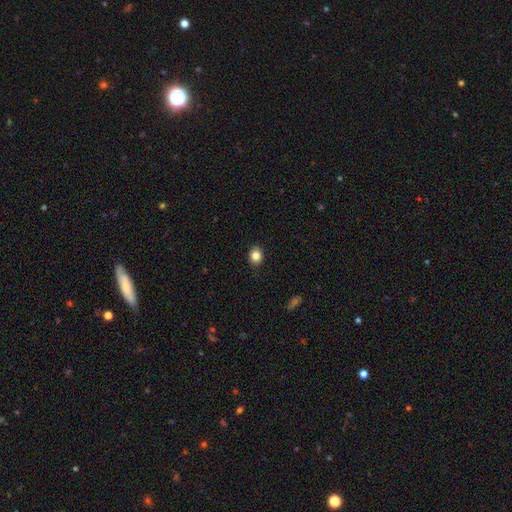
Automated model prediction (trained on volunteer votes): Smooth or featured? smooth (84%)
How rounded? round (57%)
Merging? none (89%)